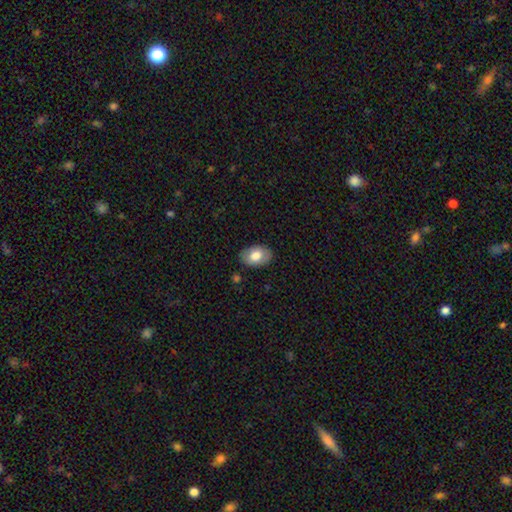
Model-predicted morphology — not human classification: smooth 76%, featured or disk 17%, star or artifact 7%. Down the decision tree: how rounded — in between (86%); merging — none (85%).